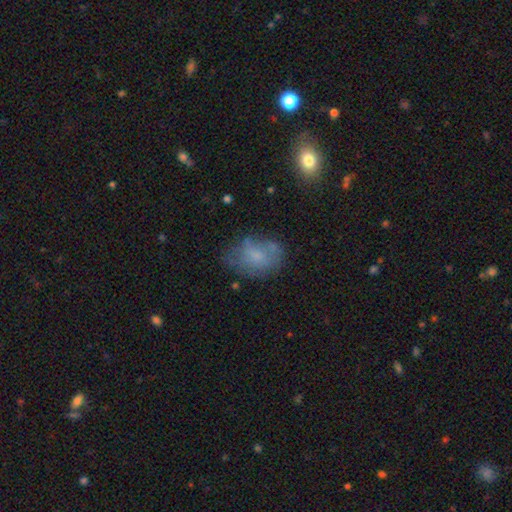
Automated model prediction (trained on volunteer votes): A smooth galaxy with no disk features (62%) that is in between round and cigar-shaped (77%). Merging: none (50%).